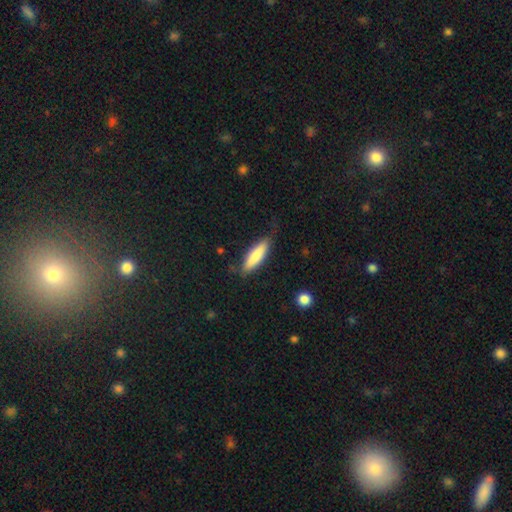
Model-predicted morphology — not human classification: Q: Smooth or featured?
A: smooth (80%); runner-up: featured or disk (15%)
Q: How rounded?
A: cigar-shaped (66%); runner-up: in between (33%)
Q: Merging?
A: none (78%); runner-up: minor disturbance (17%)